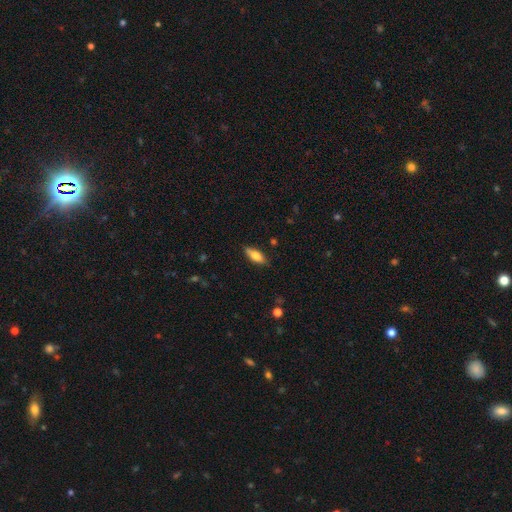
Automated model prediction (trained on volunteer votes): The model was most divided on "how rounded": in between: 66%, cigar-shaped: 32%, round: 2%. More confident: merging — none (82%); smooth or featured — smooth (72%).